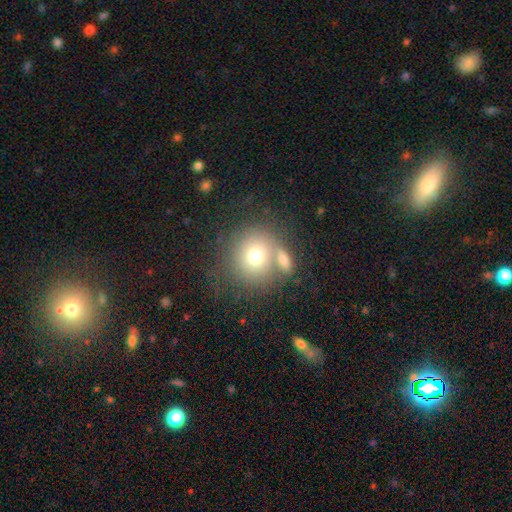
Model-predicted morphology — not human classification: This appears to be a smooth galaxy with no disk features (73%) that is round (86%). Merging: none (54%).